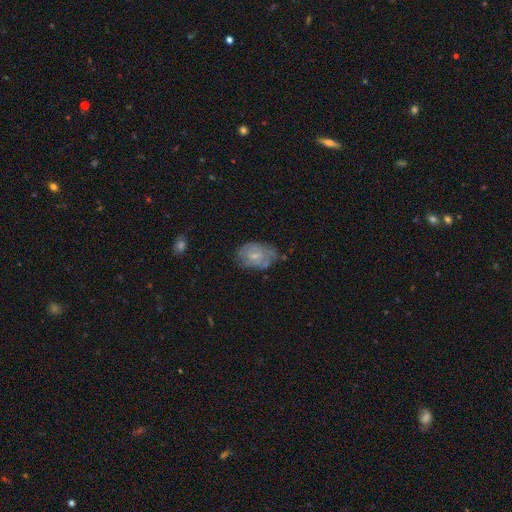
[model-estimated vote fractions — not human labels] Morphology: type=smooth (46%, tied with featured or disk); merging=none (58%).